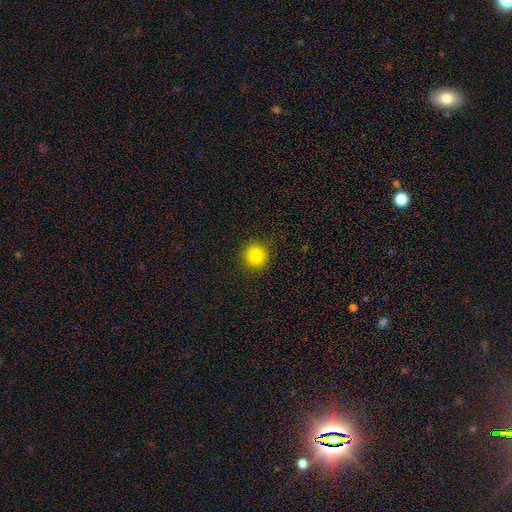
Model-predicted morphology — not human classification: This is clearly a smooth galaxy (85%). How rounded: clearly round (91%). Merging: clearly none (90%).